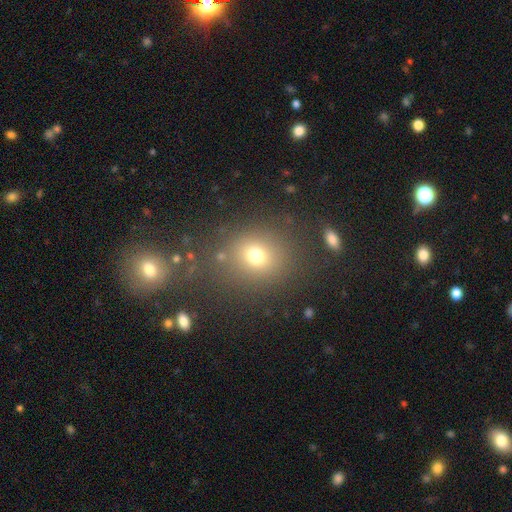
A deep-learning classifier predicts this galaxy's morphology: Smooth or featured: smooth — 72% (star or artifact — 18%)
How rounded: round — 71% (in between — 27%)
Merging: none — 77% (minor disturbance — 11%)